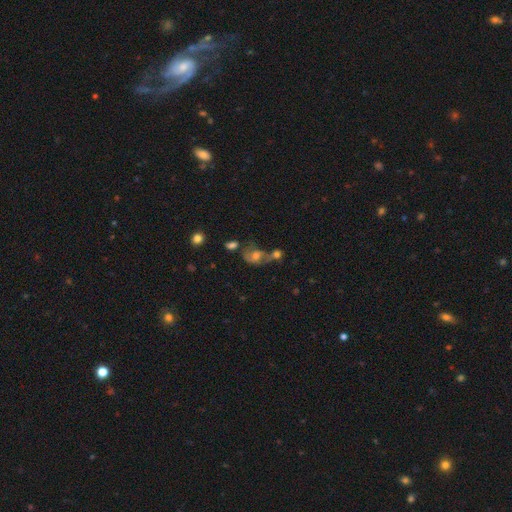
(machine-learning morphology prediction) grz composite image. It shows a featured or disk galaxy (45%). Merging: merger (38%).